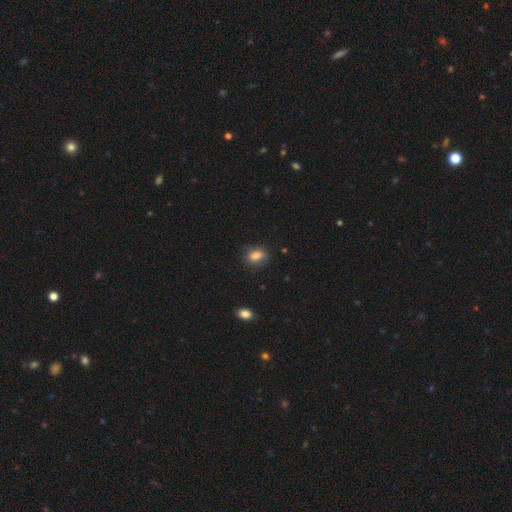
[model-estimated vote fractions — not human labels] This is clearly a smooth galaxy (83%). How rounded: likely in between (76%). Merging: likely none (77%).